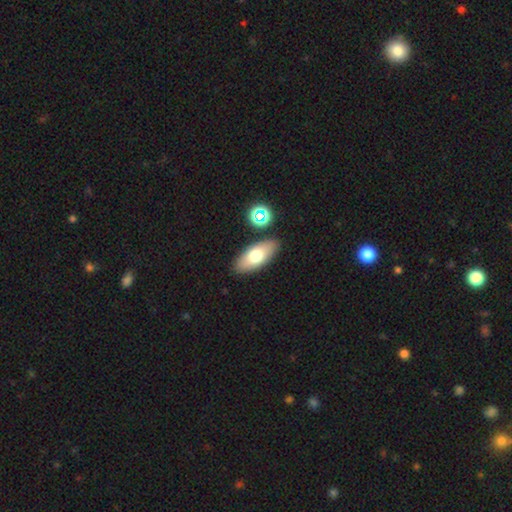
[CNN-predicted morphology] smooth 70%, featured or disk 22%, star or artifact 8%. Down the decision tree: how rounded — in between (86%); merging — none (85%).